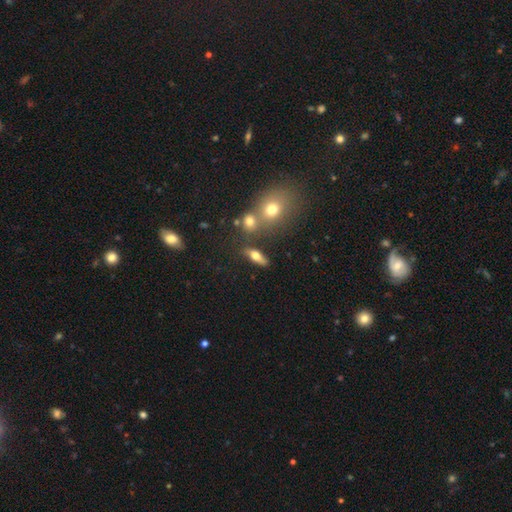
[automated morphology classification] This is possibly a smooth galaxy (58%). How rounded: possibly in between (57%). Merging: likely none (72%).